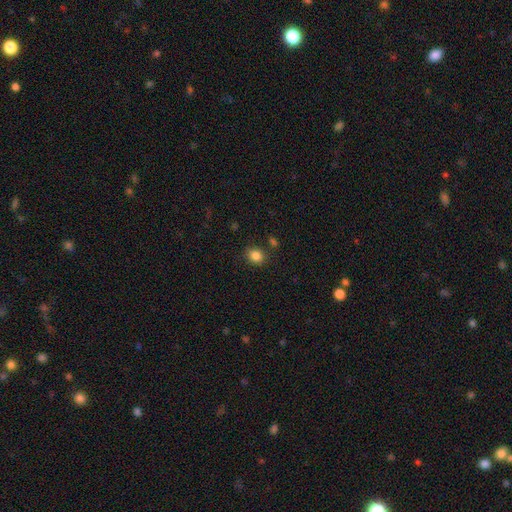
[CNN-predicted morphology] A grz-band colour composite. It shows a smooth galaxy with no disk features (84%) that is round (62%). Merging: none (82%).